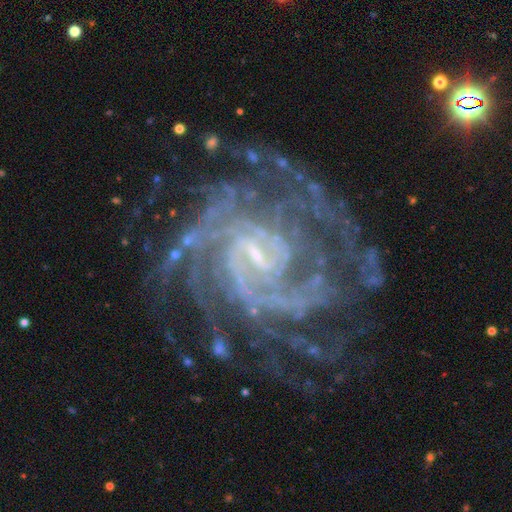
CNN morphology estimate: This is clearly a featured or disk galaxy (90%). It is clearly not viewed edge-on (98%). Bar: possibly weak (53%). Spiral arm pattern: clearly yes (97%). Spiral arm count: marginally can't tell (26%). Spiral winding: likely tight (63%). Central bulge: likely small (69%). Merging: likely none (66%).